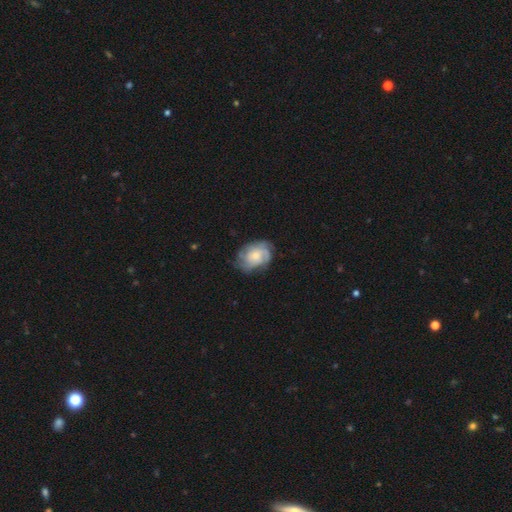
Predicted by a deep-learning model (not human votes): Smooth or featured? Predicted: featured or disk (p=0.69). Edge-on disk? Predicted: no (p=0.97). Bar? Predicted: no (p=0.78). Spiral arms? Predicted: yes (p=0.90). Spiral winding? Predicted: tight (p=0.54). Spiral arm count? Predicted: can't tell (p=0.37). Bulge size? Predicted: small (p=0.47). Merging? Predicted: none (p=0.67).